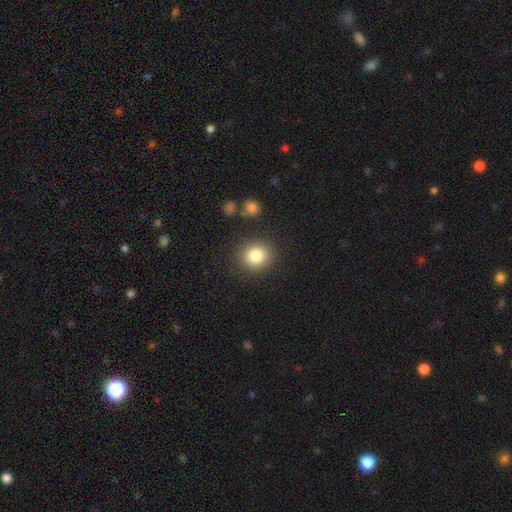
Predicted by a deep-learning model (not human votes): This is clearly a smooth galaxy (82%). How rounded: clearly round (86%). Merging: clearly none (87%).